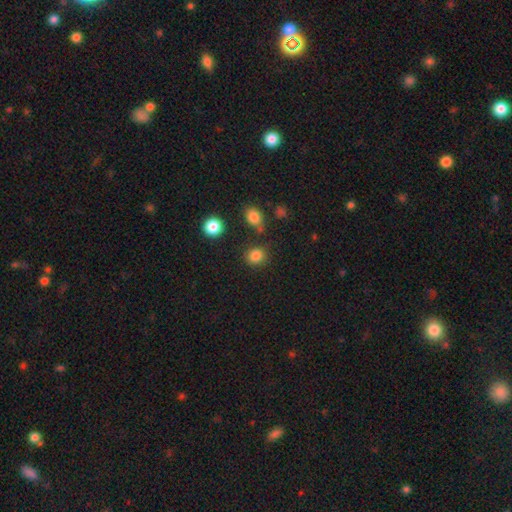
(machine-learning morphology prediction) smooth 83%, star or artifact 12%, featured or disk 5%. Down the decision tree: how rounded — round (79%); merging — none (83%).